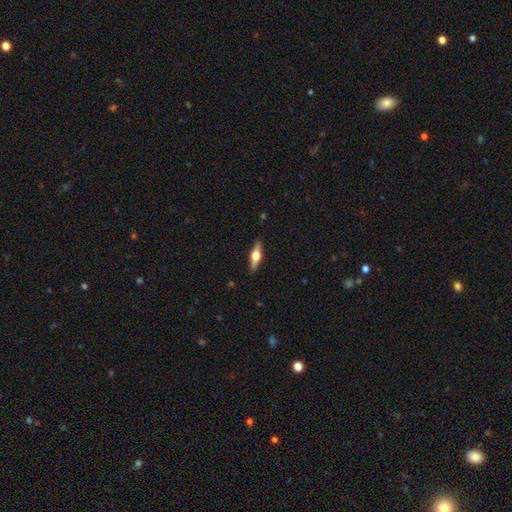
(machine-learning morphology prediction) A featured or disk galaxy (57%) viewed edge-on (95%) with a rounded central bulge (94%). Merging: none (89%).